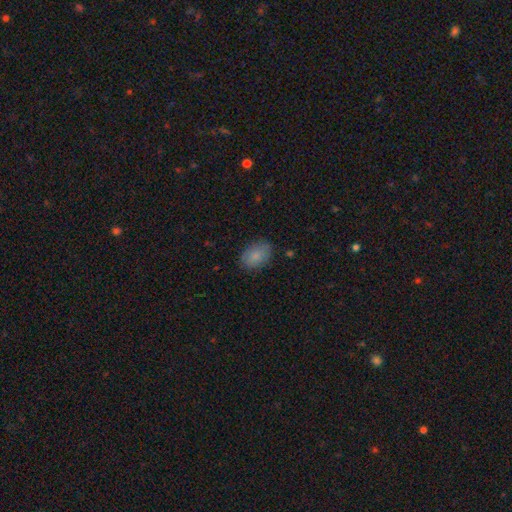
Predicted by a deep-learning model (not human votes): A smooth galaxy with no disk features (85%) that is in between round and cigar-shaped (84%). Merging: none (83%).